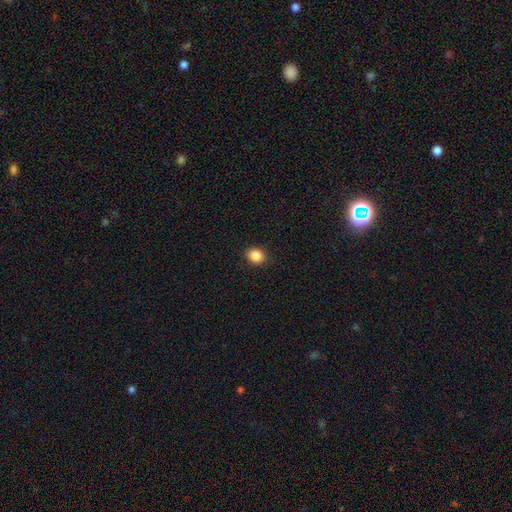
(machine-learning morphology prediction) Smooth or featured? Predicted: smooth (p=0.86). How rounded? Predicted: round (p=0.68). Merging? Predicted: none (p=0.90).